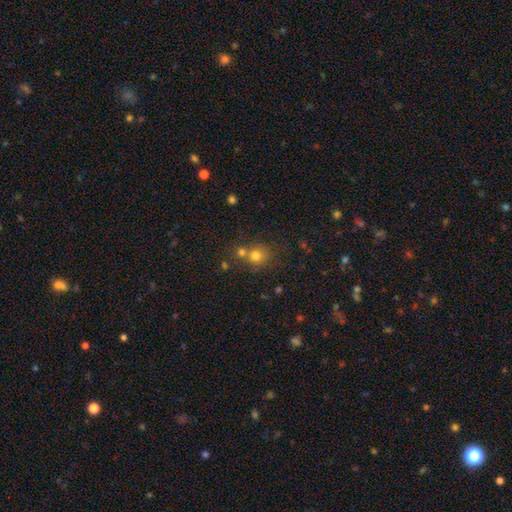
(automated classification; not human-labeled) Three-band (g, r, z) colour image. It shows a smooth galaxy with no disk features (75%) that is round (84%). Merging: none (54%).